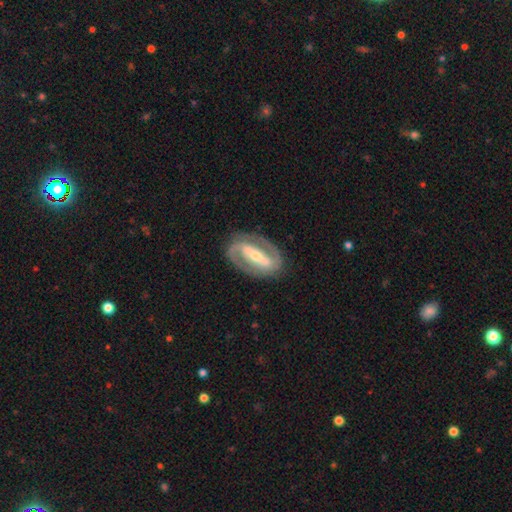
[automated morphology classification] Overall: featured or disk (88%). Edge-on disk: no (94%). Bar: strong (78%). Spiral arms: yes (90%). Spiral arm count: 2 (89%). Spiral winding: tight (44%; medium 43%). Bulge size: small (48%; moderate 46%). Merging: none (84%).